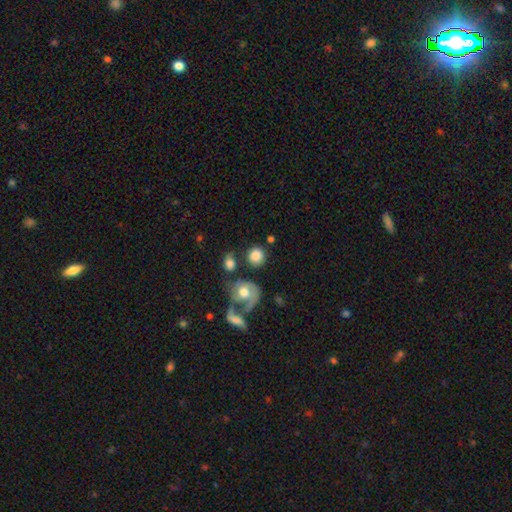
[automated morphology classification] This appears to be a smooth galaxy with no disk features (79%) that is round (82%). Merging: none (57%).